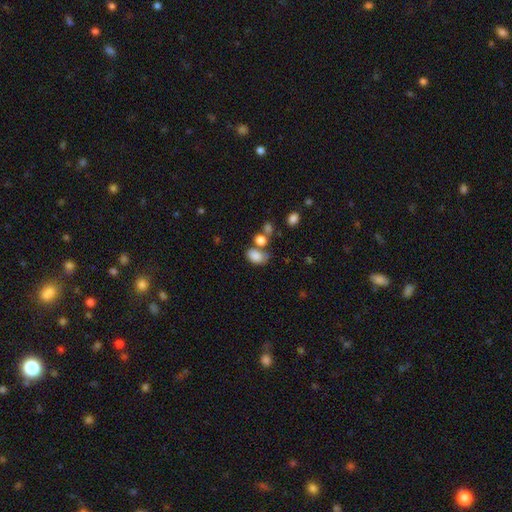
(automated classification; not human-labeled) A smooth galaxy with no disk features (81%) that is in between round and cigar-shaped (83%). Merging: none (43%).